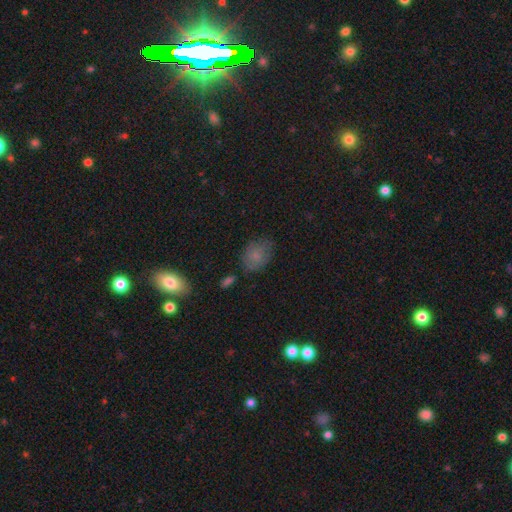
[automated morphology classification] smooth 78%, featured or disk 11%, star or artifact 11%. Down the decision tree: how rounded — in between (68%); merging — none (67%).